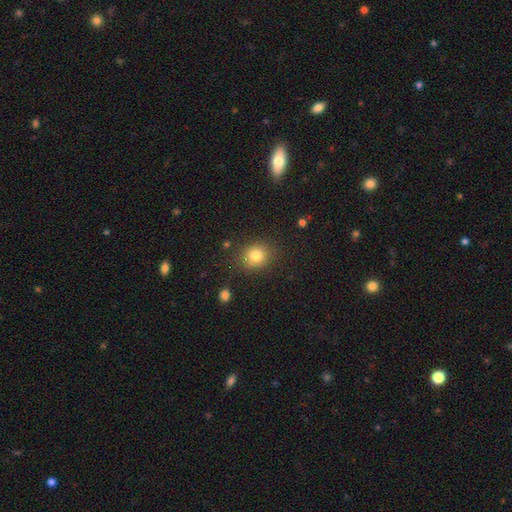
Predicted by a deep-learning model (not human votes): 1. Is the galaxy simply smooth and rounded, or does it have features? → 81% smooth, 12% star or artifact, 7% featured or disk.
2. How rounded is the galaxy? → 76% round, 23% in between, 1% cigar-shaped.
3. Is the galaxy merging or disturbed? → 83% none, 11% minor disturbance, 4% major disturbance, 3% merger.